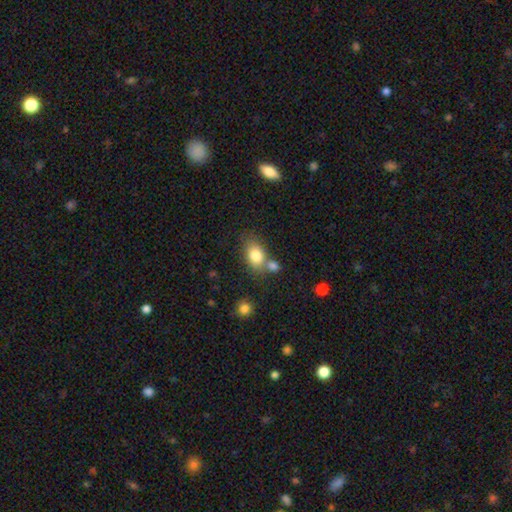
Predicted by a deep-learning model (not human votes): Overall: smooth (81%). How rounded: in between (77%). Merging: none (54%; merger 27%).